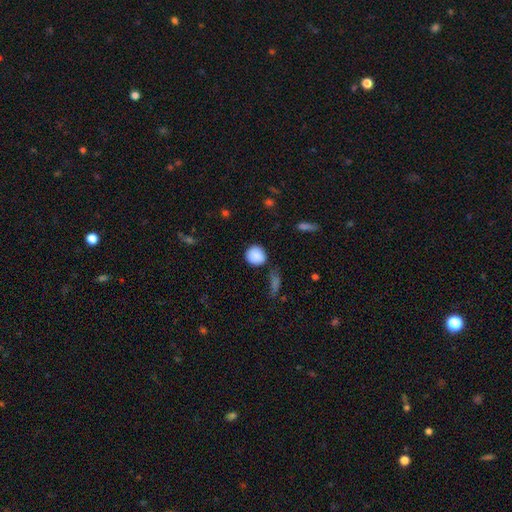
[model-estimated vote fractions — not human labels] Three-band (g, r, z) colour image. It shows a smooth galaxy with no disk features (88%) that is round (89%). Merging: none (79%).